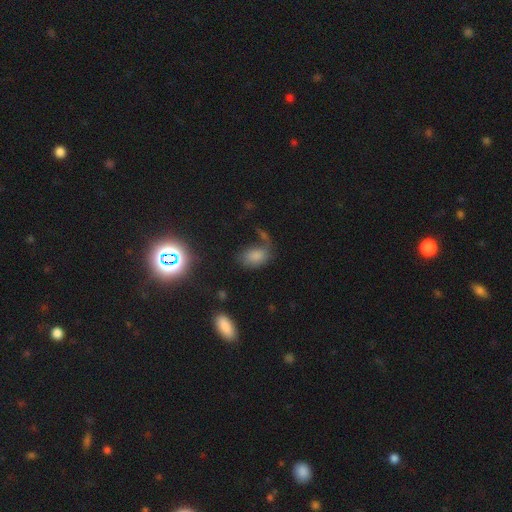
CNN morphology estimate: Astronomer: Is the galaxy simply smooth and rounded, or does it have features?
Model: smooth — 74%.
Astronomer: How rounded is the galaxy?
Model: in between — 86%.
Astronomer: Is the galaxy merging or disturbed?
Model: none — 43% (runner-up: minor disturbance, 21%).